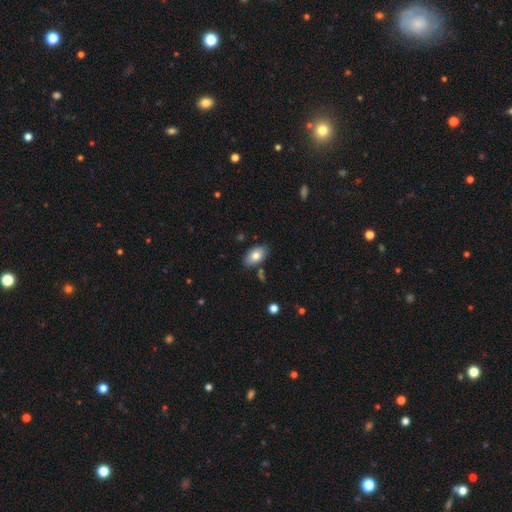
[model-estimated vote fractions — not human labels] The model was most divided on "smooth or featured": smooth: 78%, featured or disk: 14%, star or artifact: 7%. More confident: how rounded — in between (92%); merging — none (82%).